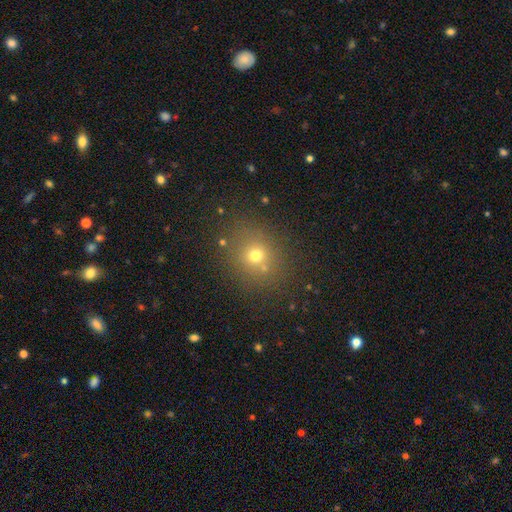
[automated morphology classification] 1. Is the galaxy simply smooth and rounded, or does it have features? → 66% smooth, 22% star or artifact, 11% featured or disk.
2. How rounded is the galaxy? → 78% round, 21% in between, 1% cigar-shaped.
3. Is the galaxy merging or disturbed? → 78% none, 10% minor disturbance, 7% merger, 4% major disturbance.